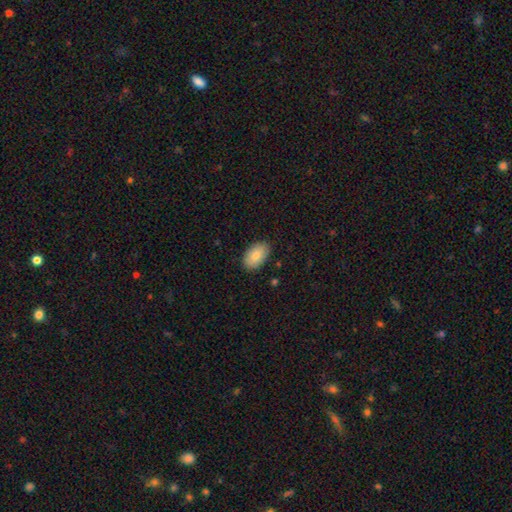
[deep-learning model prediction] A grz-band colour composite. It shows a smooth galaxy with no disk features (84%) that is in between round and cigar-shaped (94%). Merging: none (86%).